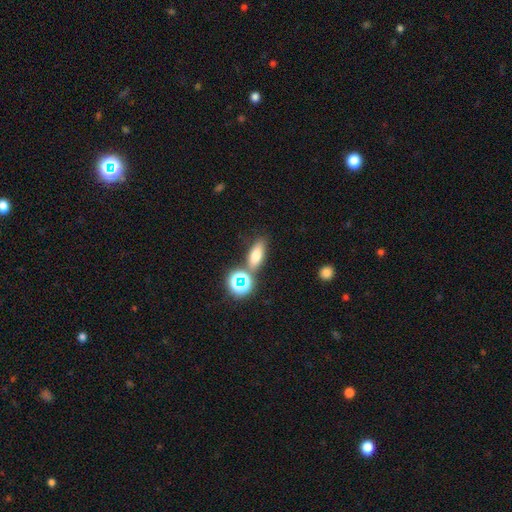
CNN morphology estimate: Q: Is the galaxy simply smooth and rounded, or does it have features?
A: smooth — 69%.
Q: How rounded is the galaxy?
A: in between — 60%.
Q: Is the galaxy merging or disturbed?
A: none — 72%.